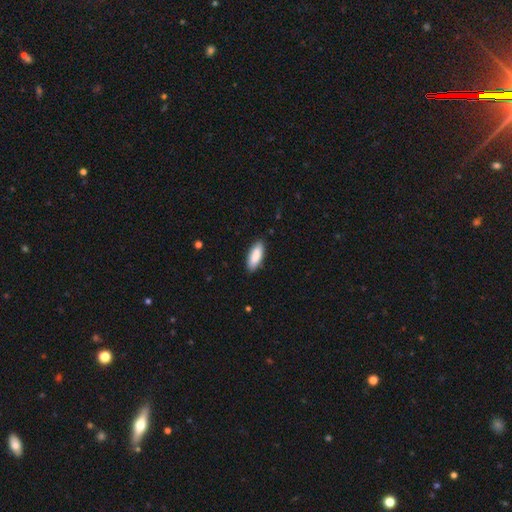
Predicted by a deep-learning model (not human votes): Smooth or featured? Predicted: smooth (p=0.88). How rounded? Predicted: in between (p=0.78). Merging? Predicted: none (p=0.87).